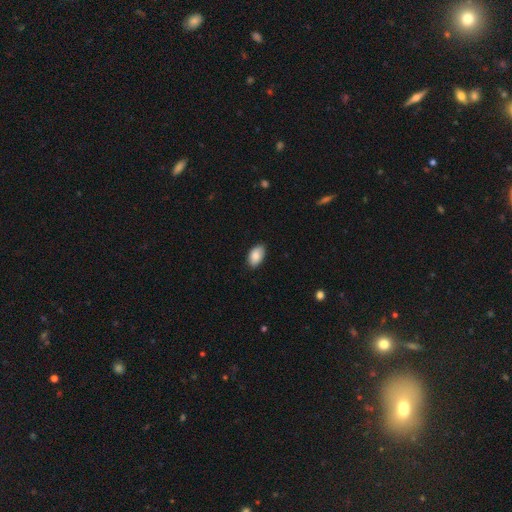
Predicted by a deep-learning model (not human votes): The model was most divided on "merging": none: 85%, minor disturbance: 12%, major disturbance: 2%, merger: 1%. More confident: how rounded — in between (94%); smooth or featured — smooth (87%).